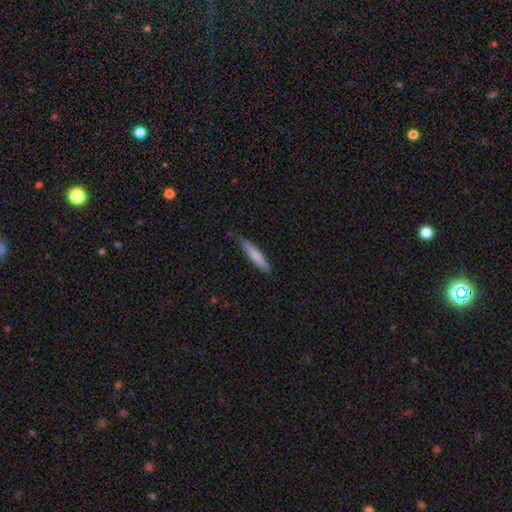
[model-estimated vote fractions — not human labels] A smooth galaxy with no disk features (73%) that is cigar-shaped (91%).

Vote fractions:
- Smooth or featured? smooth: 73% / featured or disk: 22% / star or artifact: 5%
- How rounded? cigar-shaped: 91% / in between: 8% / round: 1%
- Merging? none: 78% / minor disturbance: 18% / major disturbance: 3% / merger: 1%